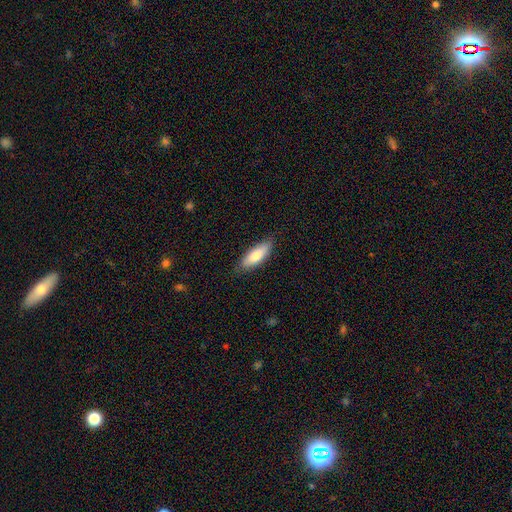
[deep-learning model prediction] Q: Smooth or featured?
A: smooth (77%); runner-up: featured or disk (17%)
Q: How rounded?
A: in between (63%); runner-up: cigar-shaped (35%)
Q: Merging?
A: none (80%); runner-up: minor disturbance (16%)